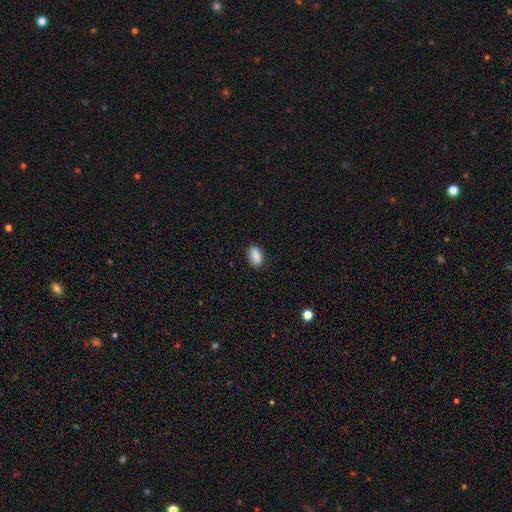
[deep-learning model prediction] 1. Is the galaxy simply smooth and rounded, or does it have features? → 86% smooth, 8% star or artifact, 6% featured or disk.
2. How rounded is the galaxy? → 88% in between, 8% round, 3% cigar-shaped.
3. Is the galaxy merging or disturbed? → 82% none, 14% minor disturbance, 3% major disturbance, 1% merger.